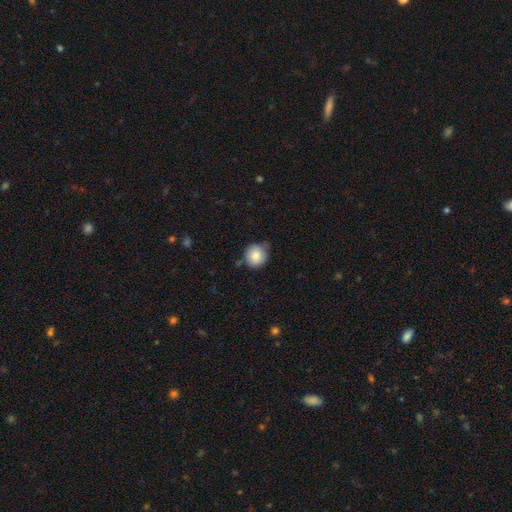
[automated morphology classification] A smooth galaxy with no disk features (82%) that is round (91%). Merging: none (65%).